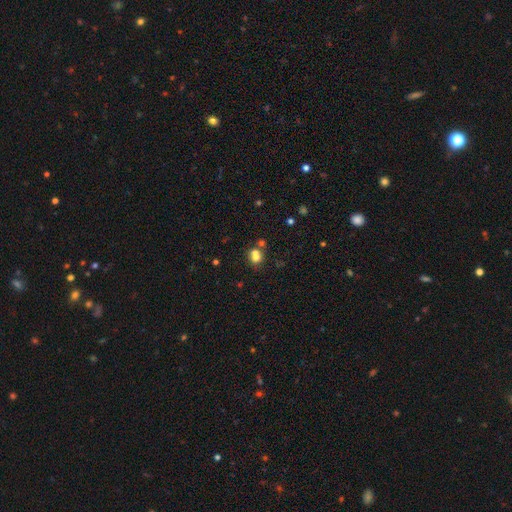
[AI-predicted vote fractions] A smooth galaxy with no disk features (71%) that is round (66%).

Vote fractions:
- Smooth or featured? smooth: 71% / star or artifact: 15% / featured or disk: 14%
- How rounded? round: 66% / in between: 33% / cigar-shaped: 1%
- Merging? merger: 49% / none: 38% / minor disturbance: 9% / major disturbance: 4%